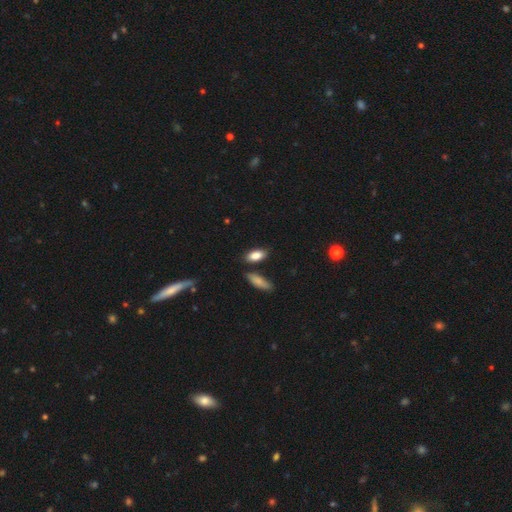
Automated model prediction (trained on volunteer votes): smooth_or_featured: smooth (p=0.85) [alt: featured or disk p=0.08]
how_rounded: in between (p=0.84) [alt: cigar-shaped p=0.13]
merging: none (p=0.77) [alt: minor disturbance p=0.12]